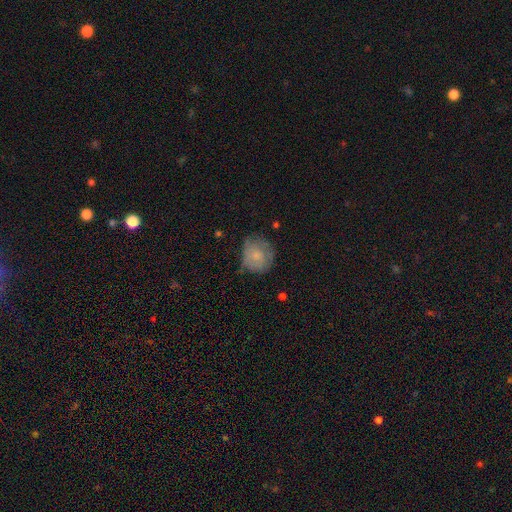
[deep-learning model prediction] Smooth or featured: smooth — 61% (featured or disk — 32%)
How rounded: round — 79% (in between — 20%)
Merging: none — 57% (minor disturbance — 30%)